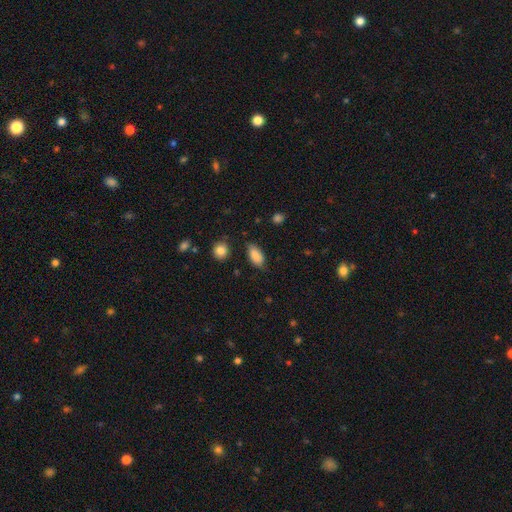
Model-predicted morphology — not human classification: type=smooth (87%); roundness=in between (91%); merging=none (78%).